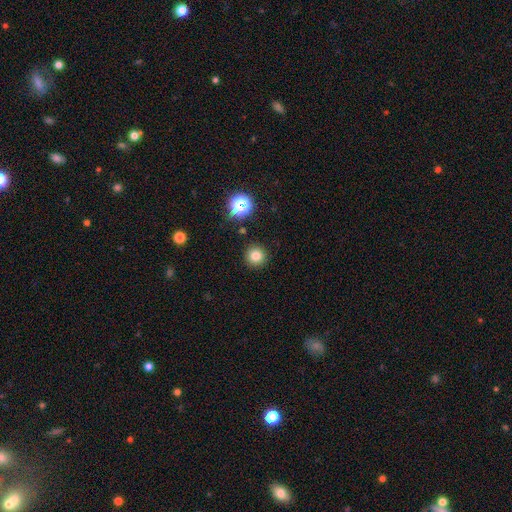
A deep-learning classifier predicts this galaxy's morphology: Smooth or featured? smooth (77%)
How rounded? round (95%)
Merging? none (90%)